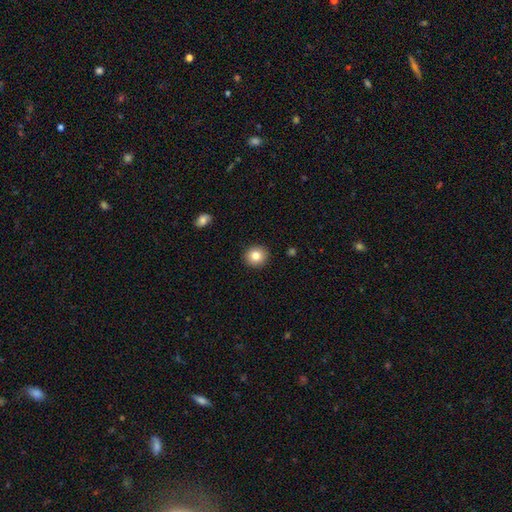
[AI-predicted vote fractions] Smooth or featured?
  - smooth: 82% *
  - star or artifact: 9%
  - featured or disk: 8%
How rounded?
  - round: 89% *
  - in between: 10%
  - cigar-shaped: 1%
Merging?
  - none: 91% *
  - minor disturbance: 6%
  - major disturbance: 2%
  - merger: 1%